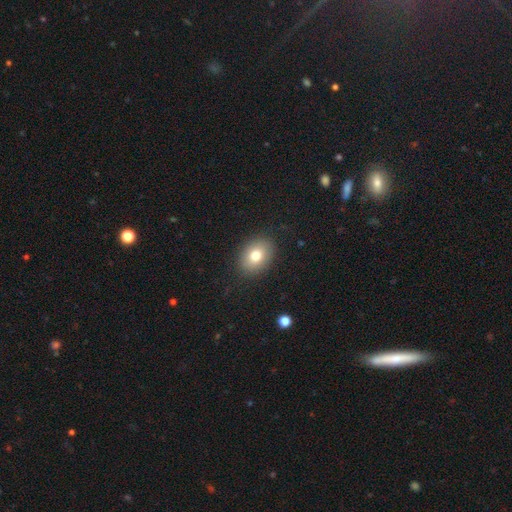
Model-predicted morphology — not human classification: smooth-or-featured: smooth: 78% | featured or disk: 12% | star or artifact: 10%
  how-rounded: in between: 70% | round: 30% | cigar-shaped: 1%
  merging: none: 87% | minor disturbance: 9% | major disturbance: 3% | merger: 1%